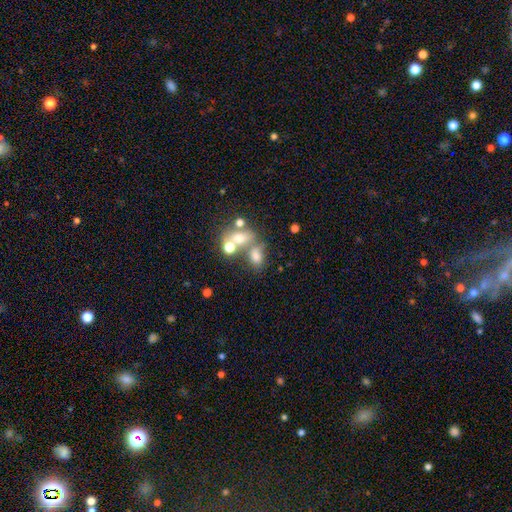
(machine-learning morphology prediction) smooth_or_featured: smooth (p=0.67) [alt: featured or disk p=0.17]
how_rounded: in between (p=0.69) [alt: round p=0.28]
merging: merger (p=0.42) [alt: none p=0.37]